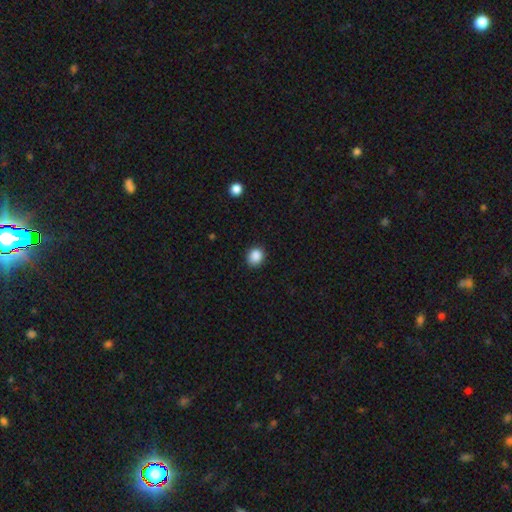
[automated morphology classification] This is clearly a smooth galaxy (87%). How rounded: likely round (73%). Merging: clearly none (88%).